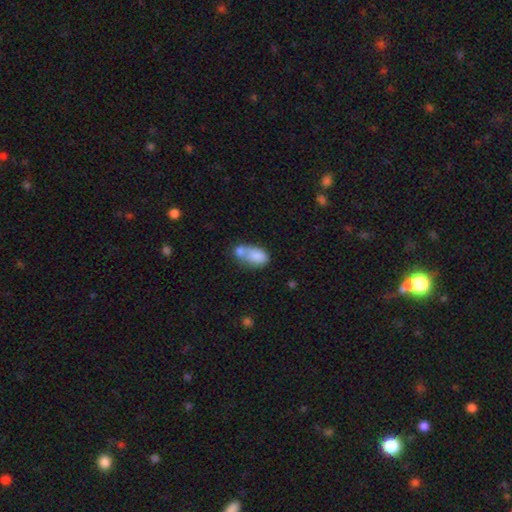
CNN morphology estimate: smooth-or-featured: smooth: 77% | featured or disk: 15% | star or artifact: 8%
  how-rounded: in between: 86% | round: 12% | cigar-shaped: 3%
  merging: merger: 58% | none: 22% | minor disturbance: 13% | major disturbance: 7%